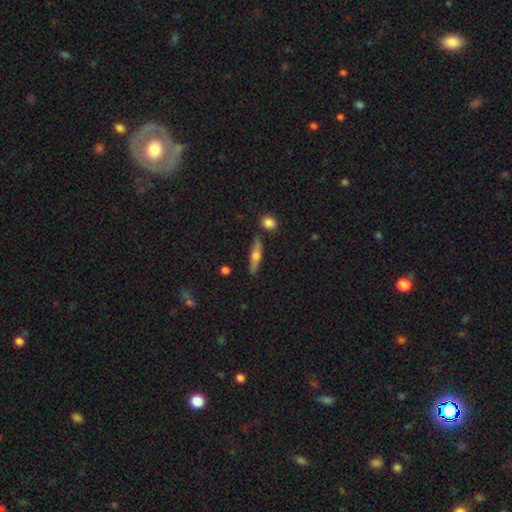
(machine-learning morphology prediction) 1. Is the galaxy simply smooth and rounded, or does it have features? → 49% smooth, 44% featured or disk, 7% star or artifact.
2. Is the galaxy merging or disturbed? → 82% none, 11% minor disturbance, 5% merger, 3% major disturbance.